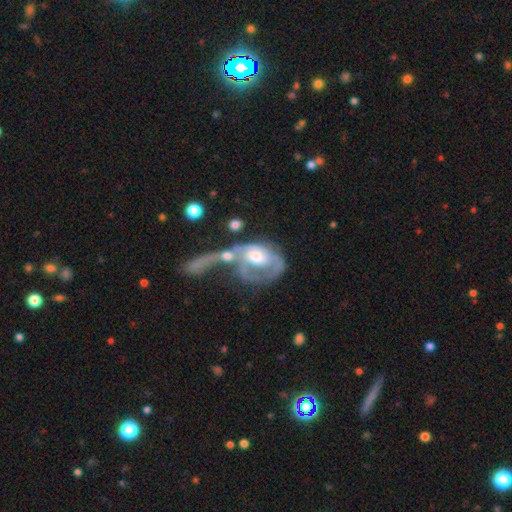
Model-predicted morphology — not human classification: The model was most divided on "merging": merger: 43%, major disturbance: 35%, none: 13%, minor disturbance: 9%. More confident: edge-on disk — no (95%); bar — no (71%); smooth or featured — featured or disk (68%); bulge size — moderate (65%); spiral arms — yes (60%).